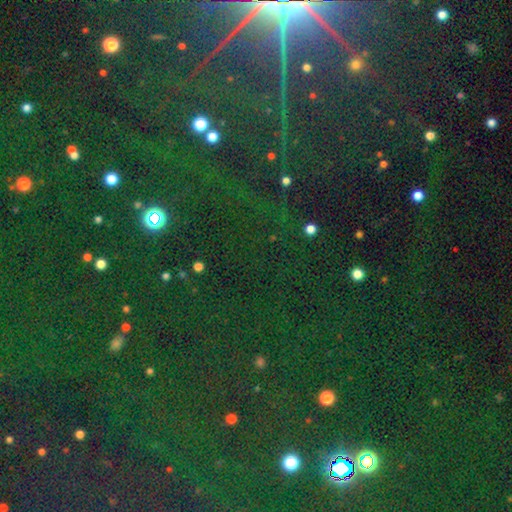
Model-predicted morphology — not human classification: Smooth or featured?
  - star or artifact: 79% *
  - smooth: 13%
  - featured or disk: 8%